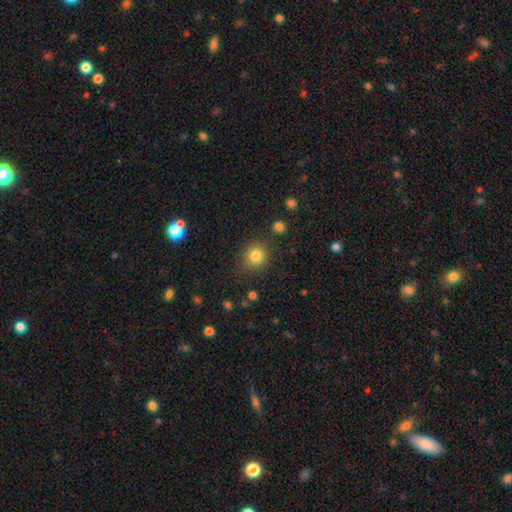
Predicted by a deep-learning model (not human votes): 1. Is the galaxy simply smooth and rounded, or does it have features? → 82% smooth, 12% star or artifact, 6% featured or disk.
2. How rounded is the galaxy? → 87% round, 12% in between, 1% cigar-shaped.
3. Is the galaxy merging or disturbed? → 84% none, 9% minor disturbance, 4% merger, 3% major disturbance.